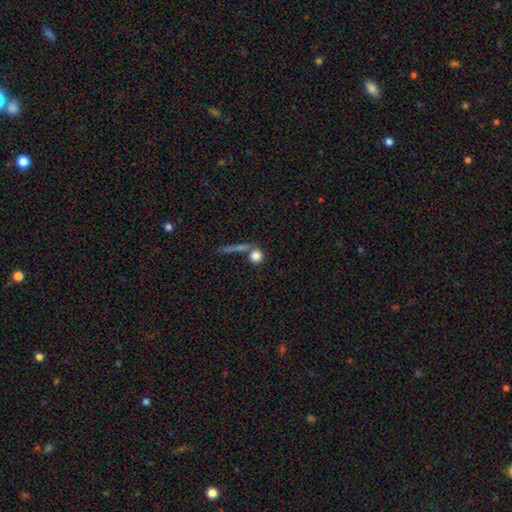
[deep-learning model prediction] smooth_or_featured: smooth (p=0.80) [alt: star or artifact p=0.11]
how_rounded: round (p=0.87) [alt: in between p=0.08]
merging: none (p=0.63) [alt: merger p=0.22]